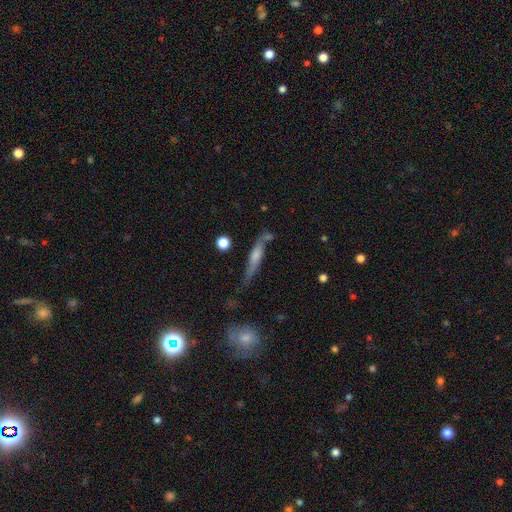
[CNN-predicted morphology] Overall: smooth (49%; featured or disk 43%). Merging: none (55%; minor disturbance 25%).